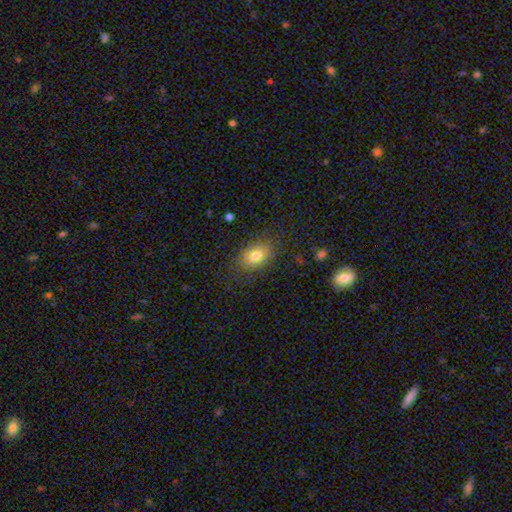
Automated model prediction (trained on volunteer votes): Morphology: type=smooth (78%); roundness=in between (81%); merging=none (81%).